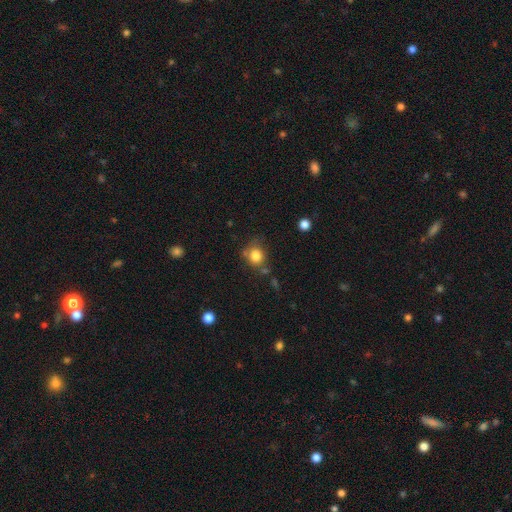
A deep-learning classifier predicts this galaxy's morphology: Smooth or featured? Predicted: smooth (p=0.82). How rounded? Predicted: round (p=0.78). Merging? Predicted: none (p=0.64).